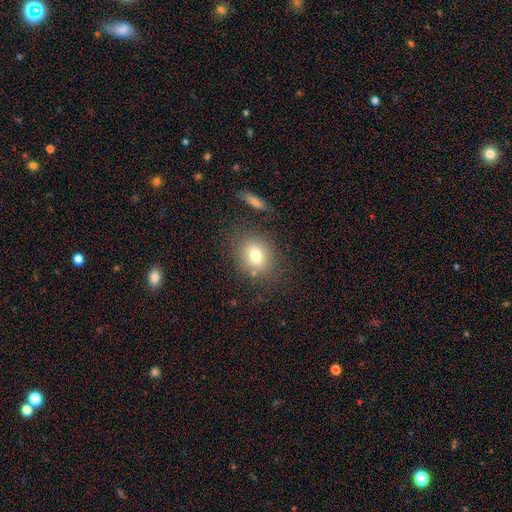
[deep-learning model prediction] Q: Smooth or featured?
A: smooth (76%); runner-up: featured or disk (13%)
Q: How rounded?
A: in between (52%); runner-up: round (47%)
Q: Merging?
A: none (77%); runner-up: minor disturbance (13%)